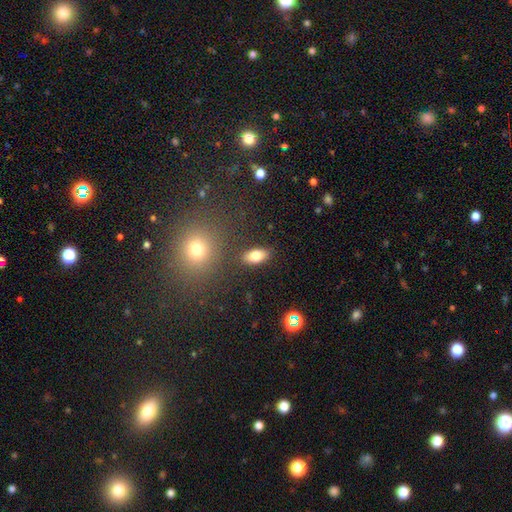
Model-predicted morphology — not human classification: smooth_or_featured: smooth (p=0.80) [alt: featured or disk p=0.11]
how_rounded: in between (p=0.88) [alt: cigar-shaped p=0.06]
merging: none (p=0.85) [alt: minor disturbance p=0.09]